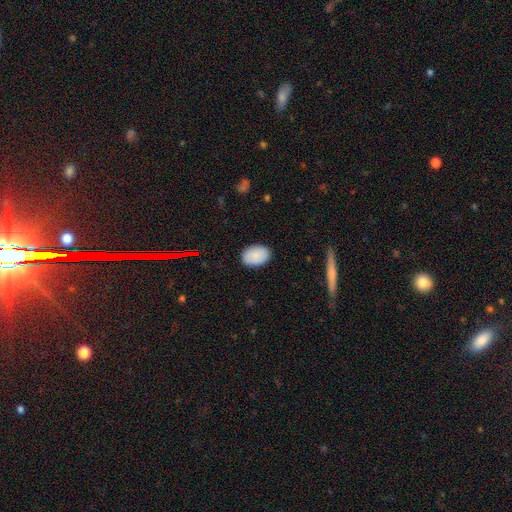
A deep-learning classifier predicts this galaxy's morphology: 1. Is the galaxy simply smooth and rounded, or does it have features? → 88% smooth, 7% star or artifact, 6% featured or disk.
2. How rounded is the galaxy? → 85% in between, 14% round, 1% cigar-shaped.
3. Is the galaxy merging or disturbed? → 88% none, 9% minor disturbance, 2% major disturbance, 1% merger.